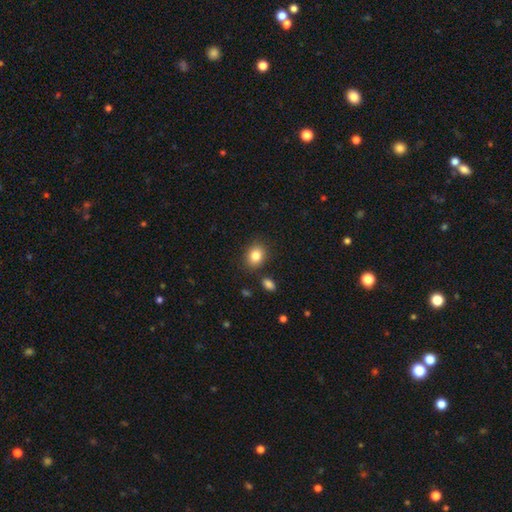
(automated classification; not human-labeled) Smooth or featured: smooth — 84% (star or artifact — 9%)
How rounded: in between — 52% (round — 47%)
Merging: none — 85% (minor disturbance — 9%)